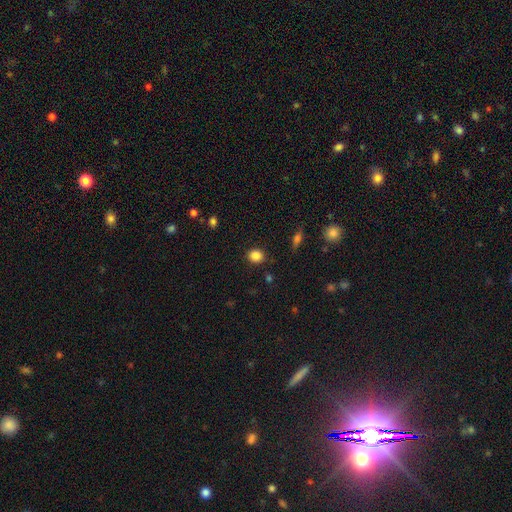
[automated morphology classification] smooth-or-featured: smooth: 86% | star or artifact: 10% | featured or disk: 4%
  how-rounded: round: 71% | in between: 27% | cigar-shaped: 1%
  merging: none: 88% | minor disturbance: 8% | major disturbance: 2% | merger: 1%